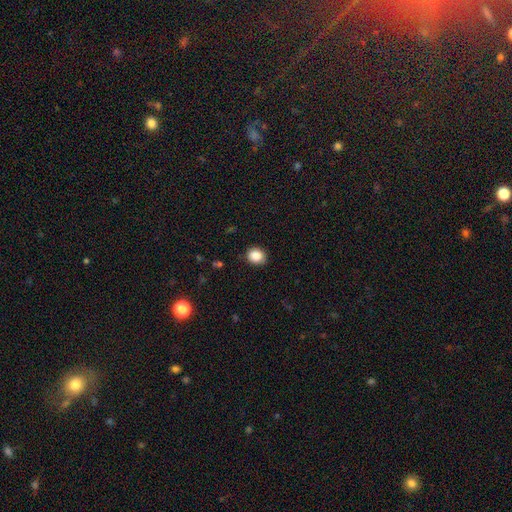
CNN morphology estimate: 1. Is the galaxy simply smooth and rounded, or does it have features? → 87% smooth, 9% star or artifact, 4% featured or disk.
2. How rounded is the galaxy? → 71% round, 28% in between, 1% cigar-shaped.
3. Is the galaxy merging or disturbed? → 84% none, 12% minor disturbance, 3% major disturbance, 1% merger.